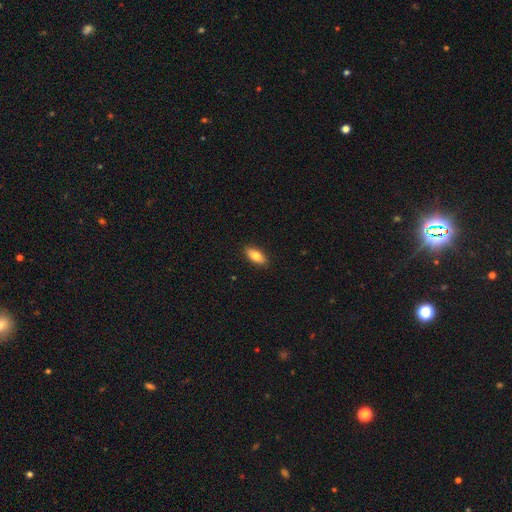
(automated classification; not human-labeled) smooth-or-featured: smooth: 77% | featured or disk: 16% | star or artifact: 6%
  how-rounded: in between: 83% | cigar-shaped: 15% | round: 3%
  merging: none: 89% | minor disturbance: 8% | major disturbance: 2% | merger: 1%